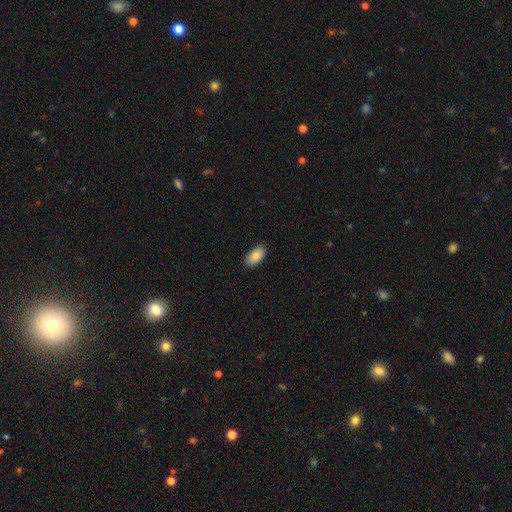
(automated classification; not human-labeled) Smooth or featured? smooth (87%)
How rounded? in between (95%)
Merging? none (89%)